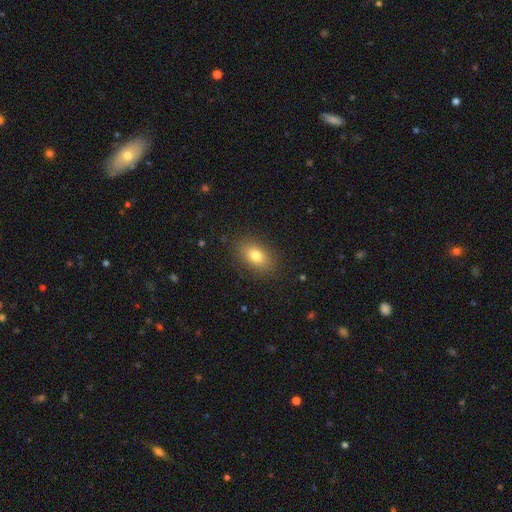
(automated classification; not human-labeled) Morphology: type=smooth (79%); roundness=in between (84%); merging=none (86%).